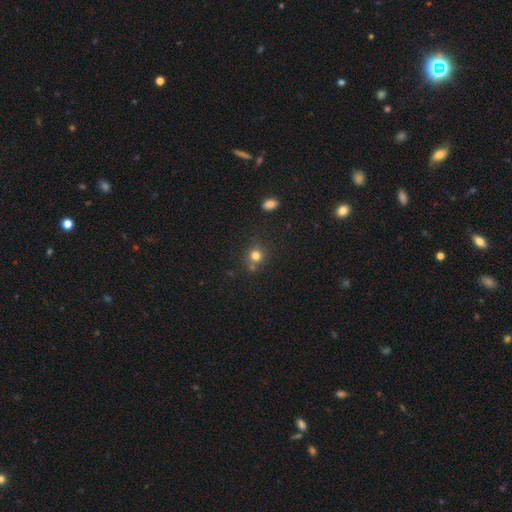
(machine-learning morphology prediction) The model was most divided on "merging": none: 67%, merger: 17%, minor disturbance: 12%, major disturbance: 4%. More confident: how rounded — round (84%); smooth or featured — smooth (77%).